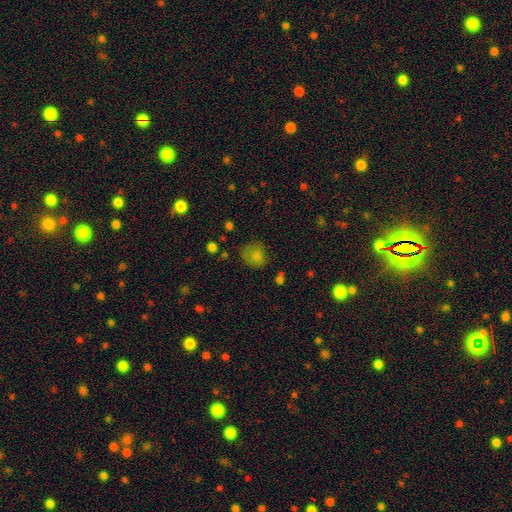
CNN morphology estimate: This appears to be a smooth galaxy with no disk features (75%) that is round (70%). Merging: none (55%).